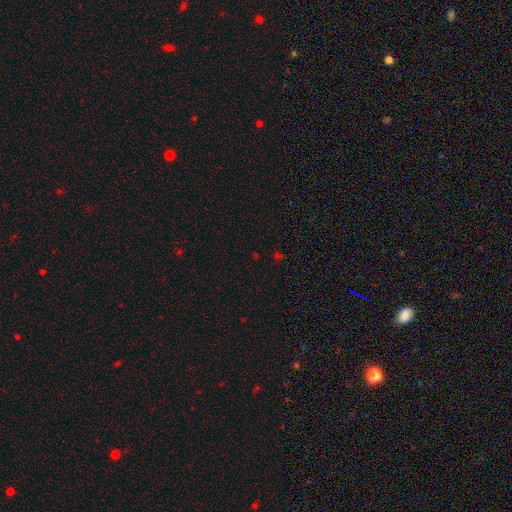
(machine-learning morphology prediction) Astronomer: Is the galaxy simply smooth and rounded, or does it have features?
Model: star or artifact — 62%.